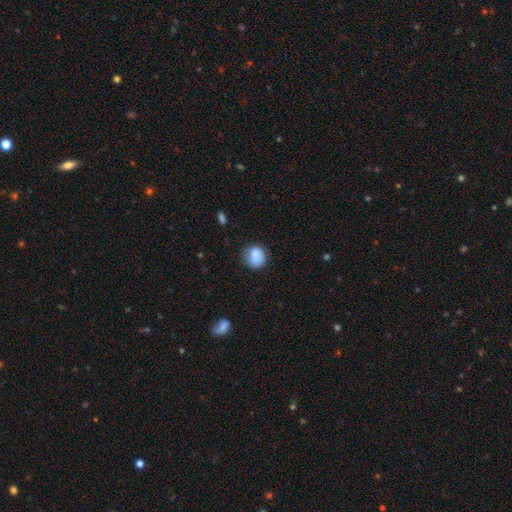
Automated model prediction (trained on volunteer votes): A smooth galaxy with no disk features (84%) that is round (80%).

Vote fractions:
- Smooth or featured? smooth: 84% / featured or disk: 8% / star or artifact: 8%
- How rounded? round: 80% / in between: 19% / cigar-shaped: 1%
- Merging? none: 65% / minor disturbance: 24% / major disturbance: 7% / merger: 3%